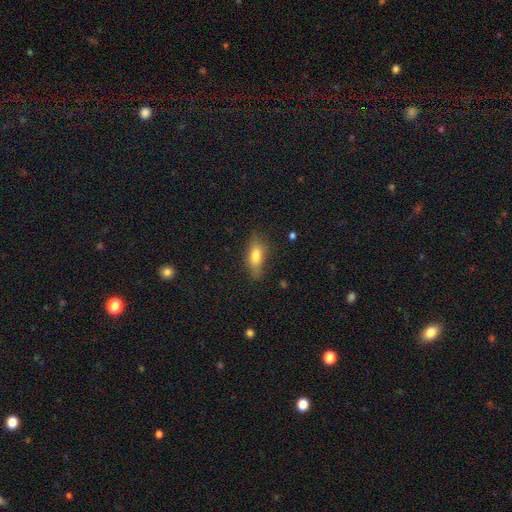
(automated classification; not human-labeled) Overall: smooth (76%). How rounded: in between (74%). Merging: none (71%).